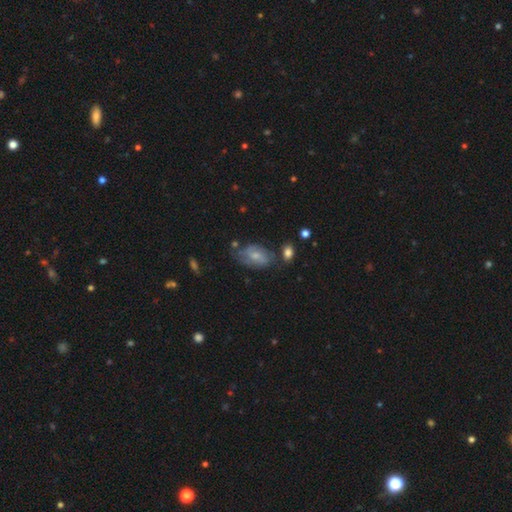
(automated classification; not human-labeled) A smooth galaxy with no disk features (49%).

Vote fractions:
- Smooth or featured? smooth: 49% / featured or disk: 42% / star or artifact: 9%
- Merging? none: 51% / minor disturbance: 29% / major disturbance: 13% / merger: 7%